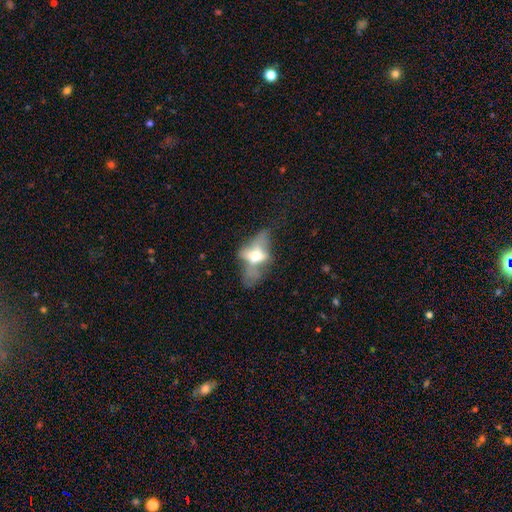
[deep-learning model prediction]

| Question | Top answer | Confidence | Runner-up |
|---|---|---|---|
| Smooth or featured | featured or disk | 49% | smooth (40%) |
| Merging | major disturbance | 46% | none (24%) |